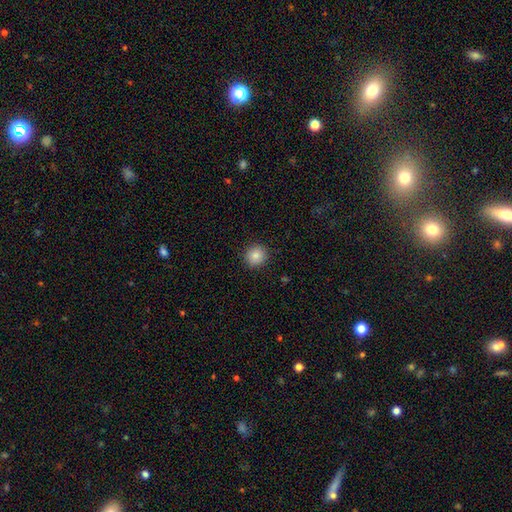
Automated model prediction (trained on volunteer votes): Smooth or featured? Predicted: smooth (p=0.85). How rounded? Predicted: round (p=0.92). Merging? Predicted: none (p=0.91).